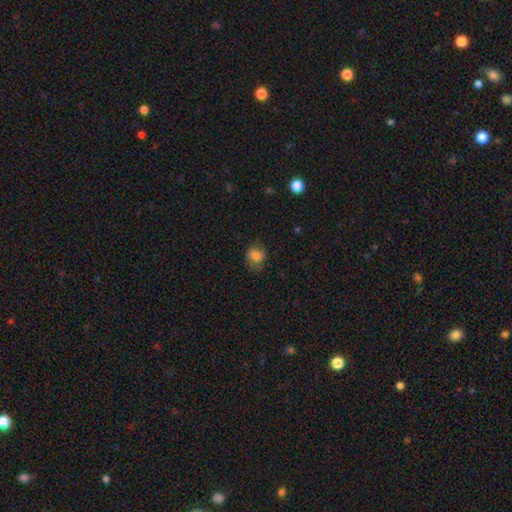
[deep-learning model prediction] smooth 77%, featured or disk 12%, star or artifact 11%. Down the decision tree: how rounded — in between (53%); merging — none (59%).